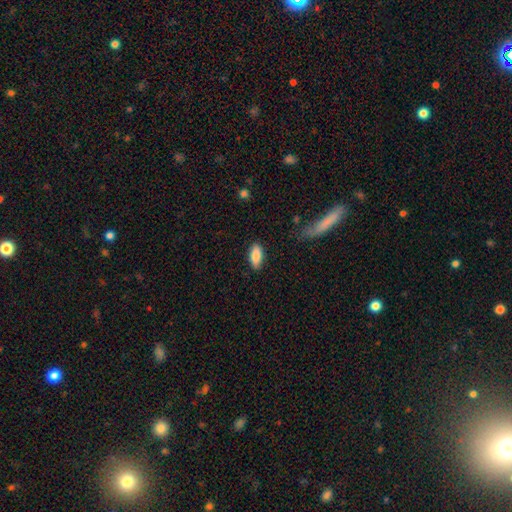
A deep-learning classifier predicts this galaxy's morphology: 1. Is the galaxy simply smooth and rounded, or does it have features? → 85% smooth, 9% featured or disk, 6% star or artifact.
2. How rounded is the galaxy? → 85% in between, 13% cigar-shaped, 2% round.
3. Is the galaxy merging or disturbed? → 86% none, 10% minor disturbance, 2% major disturbance, 1% merger.